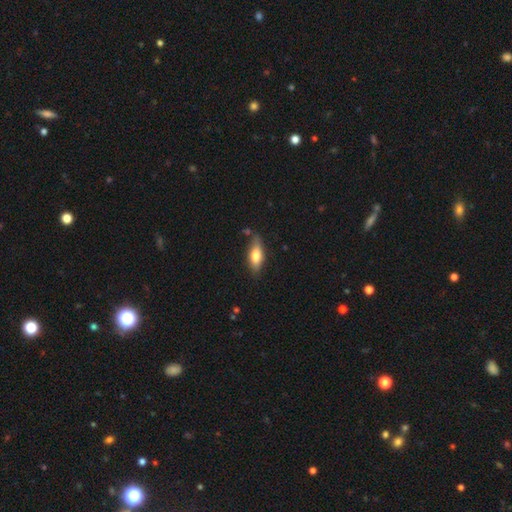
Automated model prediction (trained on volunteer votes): Overall: smooth (68%). How rounded: in between (72%). Merging: none (73%).